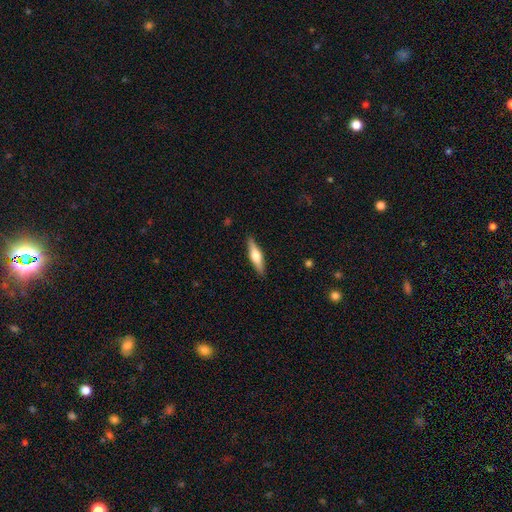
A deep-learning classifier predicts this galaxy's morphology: Smooth or featured?
  - featured or disk: 50% *
  - smooth: 45%
  - star or artifact: 5%
Merging?
  - none: 90% *
  - minor disturbance: 8%
  - major disturbance: 2%
  - merger: 1%